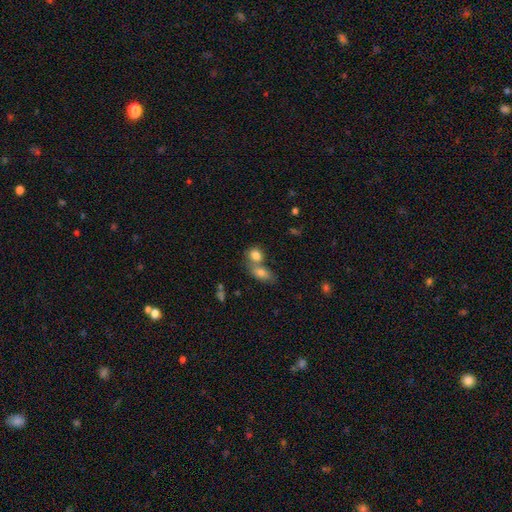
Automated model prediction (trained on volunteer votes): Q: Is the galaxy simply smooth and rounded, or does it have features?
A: smooth — 80%.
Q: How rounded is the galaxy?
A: in between — 50%.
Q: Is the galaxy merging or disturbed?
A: merger — 56%.